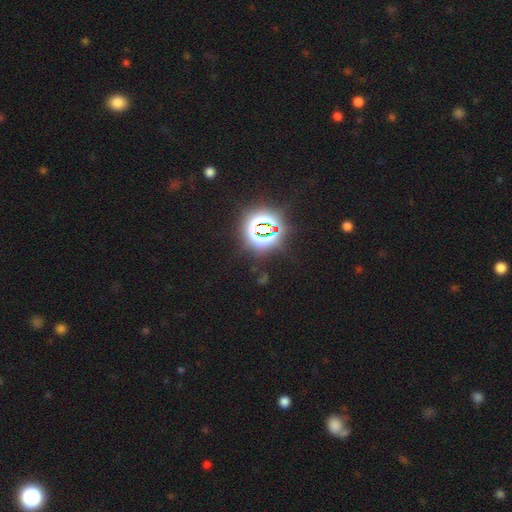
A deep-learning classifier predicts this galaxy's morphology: Smooth or featured? Predicted: star or artifact (p=0.84).